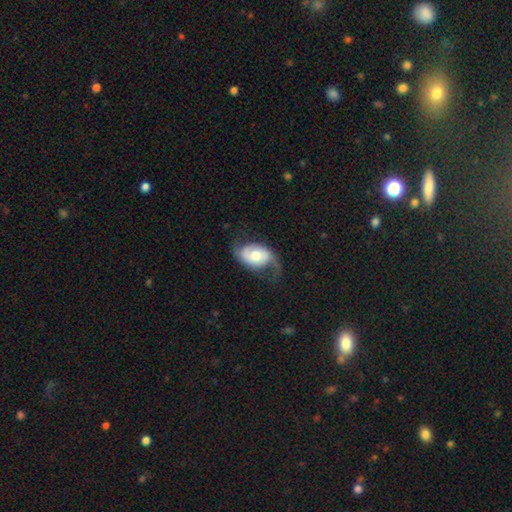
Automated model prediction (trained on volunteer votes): Smooth or featured? featured or disk (66%)
Edge-on disk? no (96%)
Bar? no (60%)
Spiral arms? yes (87%)
Spiral winding? loose (54%)
Spiral arm count? 2 (81%)
Bulge size? moderate (65%)
Merging? none (50%)